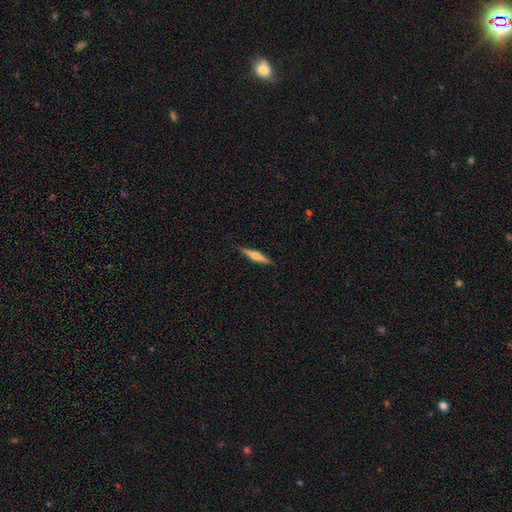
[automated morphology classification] A featured or disk galaxy (61%) viewed edge-on (97%) with a rounded central bulge (87%). Merging: none (90%).